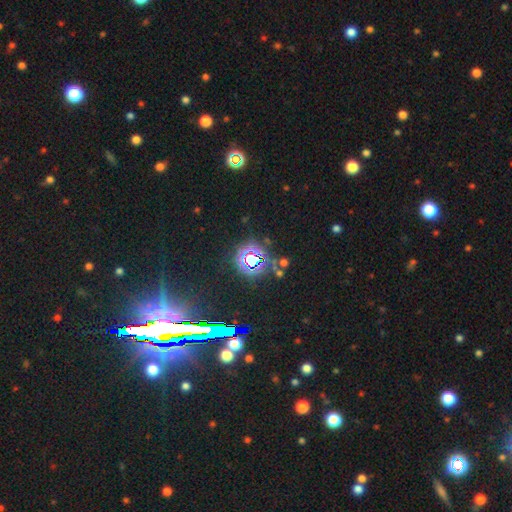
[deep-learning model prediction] Smooth or featured: star or artifact — 80% (smooth — 11%)